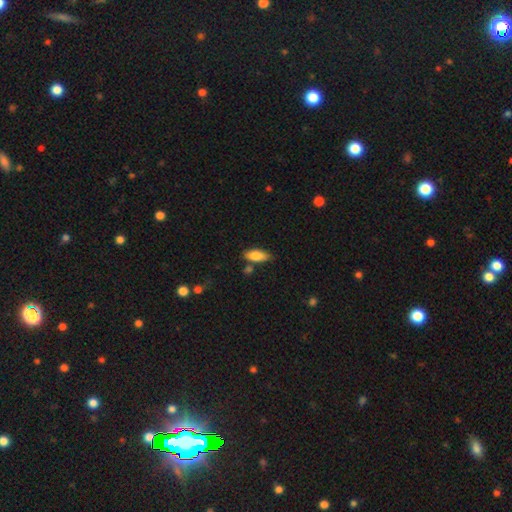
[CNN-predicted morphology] Smooth or featured? smooth (81%)
How rounded? in between (76%)
Merging? none (69%)